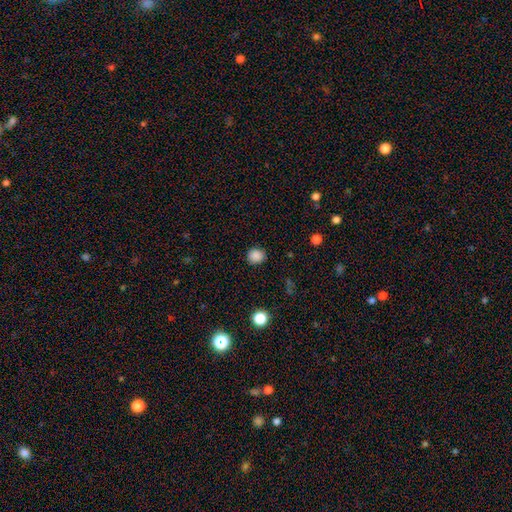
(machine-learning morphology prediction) Smooth or featured?
  - smooth: 86% *
  - star or artifact: 11%
  - featured or disk: 3%
How rounded?
  - round: 85% *
  - in between: 14%
  - cigar-shaped: 1%
Merging?
  - none: 89% *
  - minor disturbance: 8%
  - major disturbance: 2%
  - merger: 1%